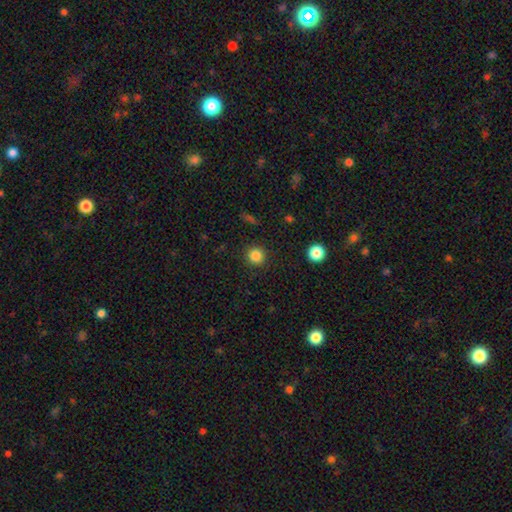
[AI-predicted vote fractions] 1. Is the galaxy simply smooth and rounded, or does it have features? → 84% smooth, 12% star or artifact, 4% featured or disk.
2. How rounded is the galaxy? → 95% round, 4% in between, 1% cigar-shaped.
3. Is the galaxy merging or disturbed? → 91% none, 5% minor disturbance, 2% major disturbance, 1% merger.